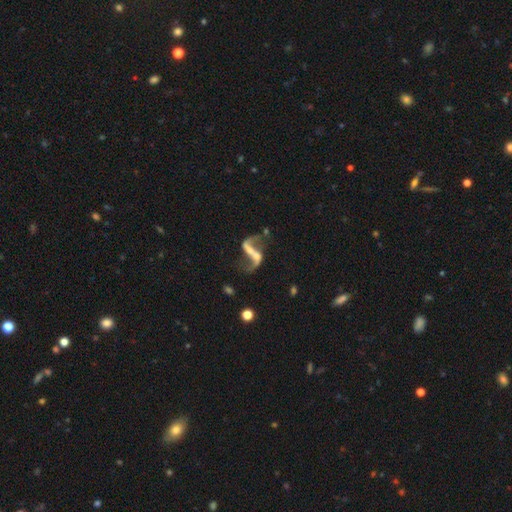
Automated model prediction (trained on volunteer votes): Smooth or featured? Predicted: featured or disk (p=0.87). Edge-on disk? Predicted: no (p=0.96). Bar? Predicted: strong (p=0.50). Spiral arms? Predicted: yes (p=0.92). Spiral winding? Predicted: loose (p=0.88). Spiral arm count? Predicted: 2 (p=0.91). Bulge size? Predicted: small (p=0.38). Merging? Predicted: none (p=0.56).